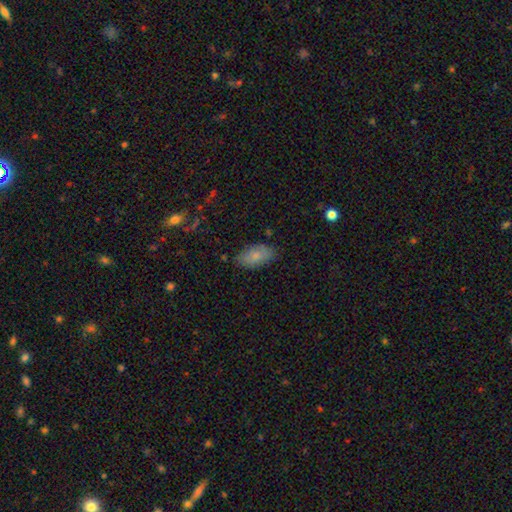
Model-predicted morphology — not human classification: Smooth or featured? smooth (81%)
How rounded? in between (92%)
Merging? none (80%)